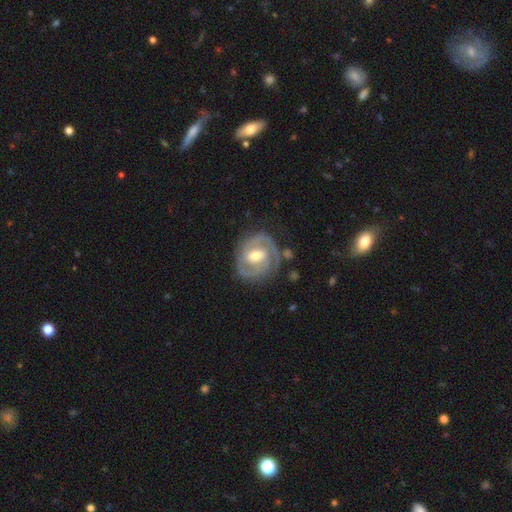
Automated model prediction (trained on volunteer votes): Smooth or featured?
  - featured or disk: 89% *
  - smooth: 7%
  - star or artifact: 4%
Edge-on disk?
  - no: 98% *
  - yes: 2%
Bar?
  - weak: 50% *
  - strong: 25%
  - no: 25%
Spiral arms?
  - yes: 96% *
  - no: 4%
Spiral winding?
  - tight: 63% *
  - medium: 31%
  - loose: 5%
Spiral arm count?
  - 2: 81% *
  - 3: 8%
  - can't tell: 6%
  - 1: 2%
  - 4: 2%
  - more than 4: 2%
Bulge size?
  - moderate: 72% *
  - small: 19%
  - large: 7%
  - none: 1%
  - dominant: 1%
Merging?
  - none: 78% *
  - minor disturbance: 15%
  - major disturbance: 5%
  - merger: 3%